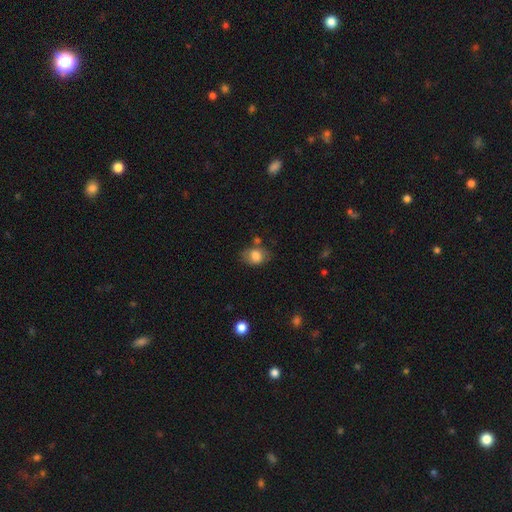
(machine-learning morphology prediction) Smooth or featured?
  - smooth: 79% *
  - featured or disk: 12%
  - star or artifact: 9%
How rounded?
  - in between: 65% *
  - round: 34%
  - cigar-shaped: 1%
Merging?
  - none: 64% *
  - minor disturbance: 22%
  - merger: 8%
  - major disturbance: 7%